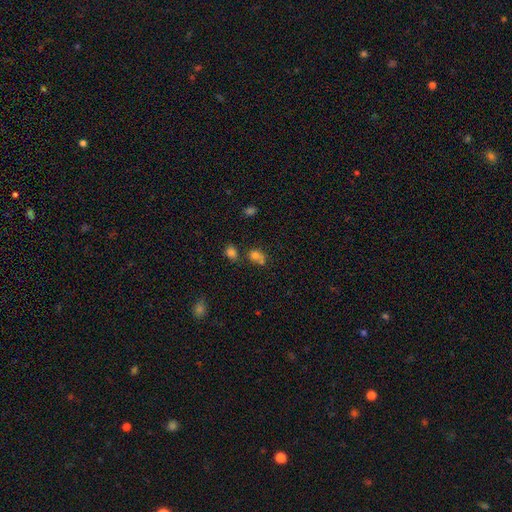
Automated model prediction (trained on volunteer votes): A smooth galaxy with no disk features (70%) that is round (67%). Merging: none (43%).